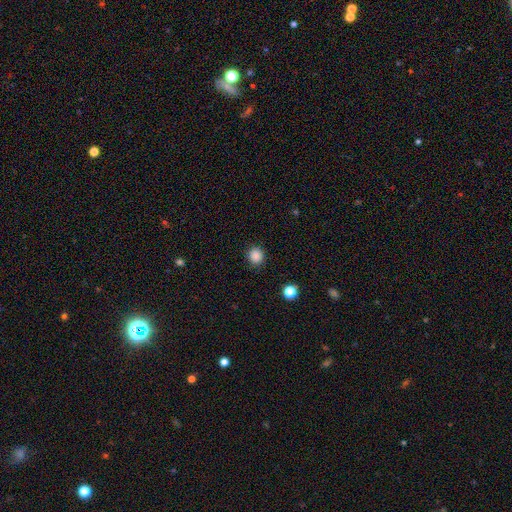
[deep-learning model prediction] Smooth or featured?
  - smooth: 86% *
  - star or artifact: 11%
  - featured or disk: 3%
How rounded?
  - round: 90% *
  - in between: 9%
  - cigar-shaped: 1%
Merging?
  - none: 89% *
  - minor disturbance: 7%
  - major disturbance: 2%
  - merger: 1%